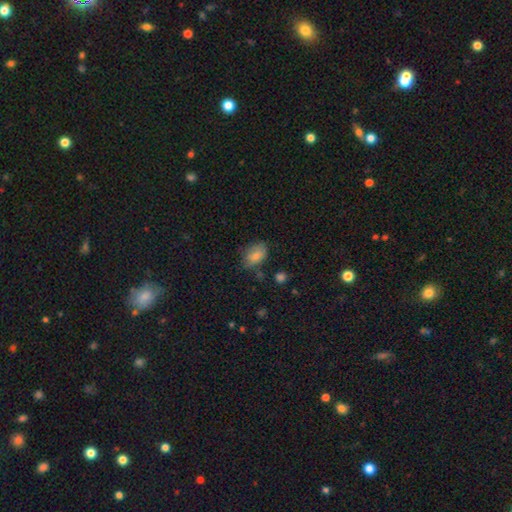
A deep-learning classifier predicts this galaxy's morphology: A smooth galaxy with no disk features (81%) that is in between round and cigar-shaped (87%).

Vote fractions:
- Smooth or featured? smooth: 81% / featured or disk: 11% / star or artifact: 8%
- How rounded? in between: 87% / round: 12% / cigar-shaped: 2%
- Merging? none: 62% / minor disturbance: 28% / major disturbance: 7% / merger: 3%